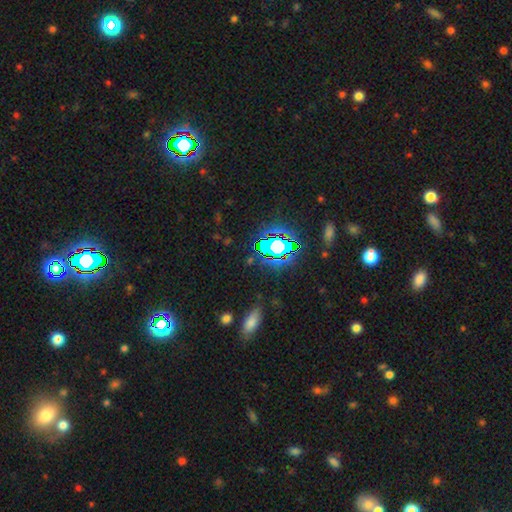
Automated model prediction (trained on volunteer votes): Smooth or featured? Predicted: star or artifact (p=0.73).